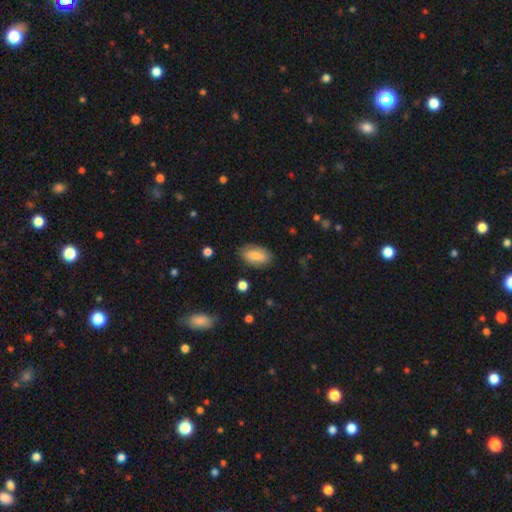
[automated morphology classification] smooth_or_featured: smooth (p=0.79) [alt: featured or disk p=0.15]
how_rounded: in between (p=0.92) [alt: round p=0.04]
merging: none (p=0.83) [alt: minor disturbance p=0.13]